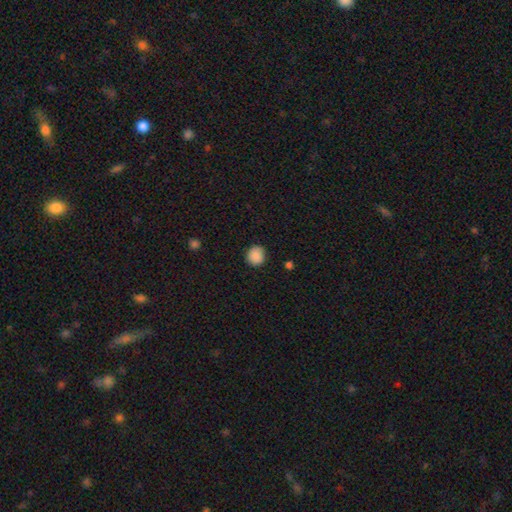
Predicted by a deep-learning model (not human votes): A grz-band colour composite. It shows a smooth galaxy with no disk features (88%) that is round (88%). Merging: none (86%).